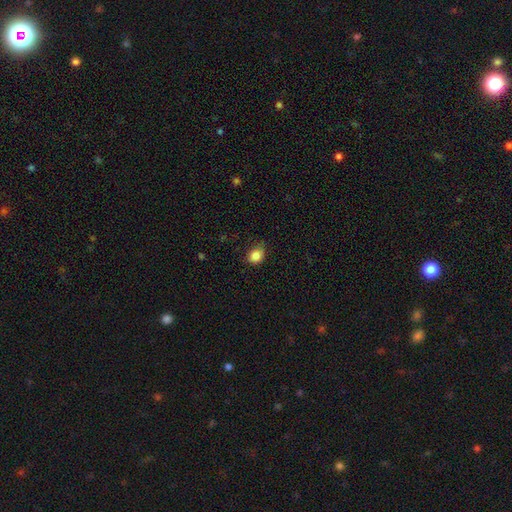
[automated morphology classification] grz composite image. It shows a smooth galaxy with no disk features (85%) that is round (56%). Merging: none (75%).